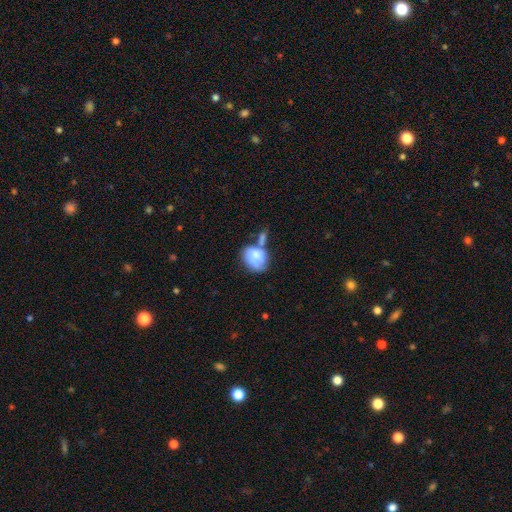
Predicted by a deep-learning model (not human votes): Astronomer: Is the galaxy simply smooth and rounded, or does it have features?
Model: smooth — 62%.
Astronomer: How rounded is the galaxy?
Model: in between — 59% (runner-up: round, 40%).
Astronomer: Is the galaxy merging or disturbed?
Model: merger — 36% (runner-up: none, 26%).